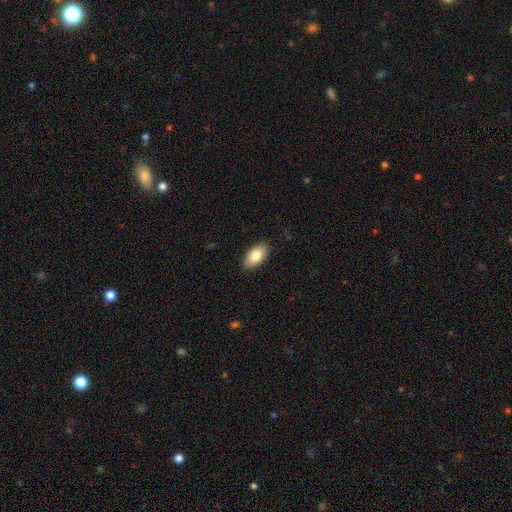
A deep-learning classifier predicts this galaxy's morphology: This appears to be a smooth galaxy with no disk features (83%) that is in between round and cigar-shaped (93%). Merging: none (88%).